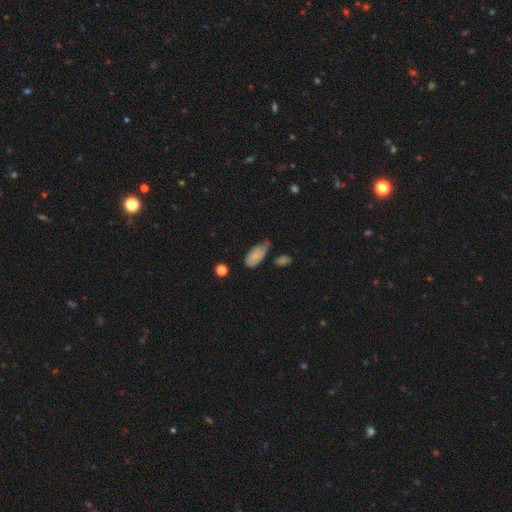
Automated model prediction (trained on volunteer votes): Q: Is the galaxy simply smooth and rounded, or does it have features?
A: smooth — 76%.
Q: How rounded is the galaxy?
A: in between — 90%.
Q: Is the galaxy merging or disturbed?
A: minor disturbance — 44%.